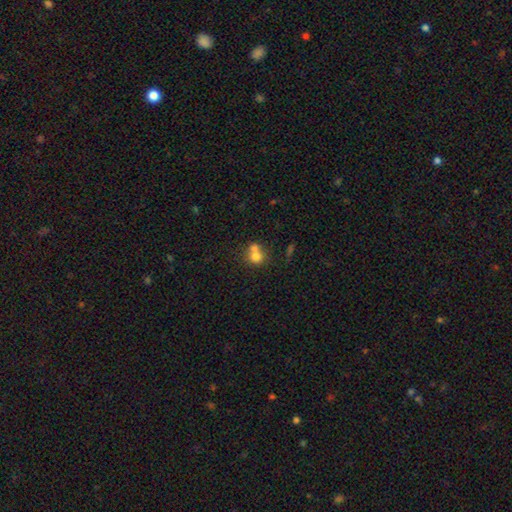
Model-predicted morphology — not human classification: Smooth or featured: smooth — 73% (featured or disk — 15%)
How rounded: round — 80% (in between — 19%)
Merging: merger — 58% (none — 33%)